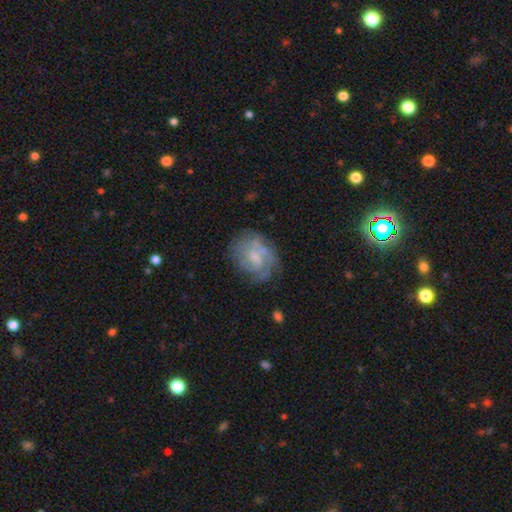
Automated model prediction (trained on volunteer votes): Smooth or featured? featured or disk (71%)
Edge-on disk? no (97%)
Bar? no (49%)
Spiral arms? yes (86%)
Spiral winding? tight (55%)
Spiral arm count? can't tell (34%)
Bulge size? small (44%)
Merging? none (64%)